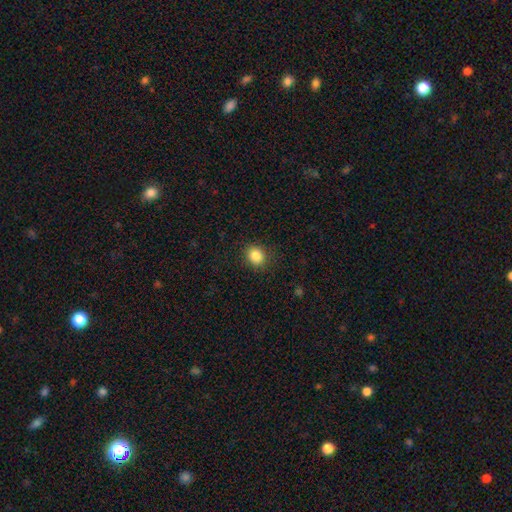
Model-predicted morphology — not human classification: A smooth galaxy with no disk features (85%) that is round (74%). Merging: none (88%).